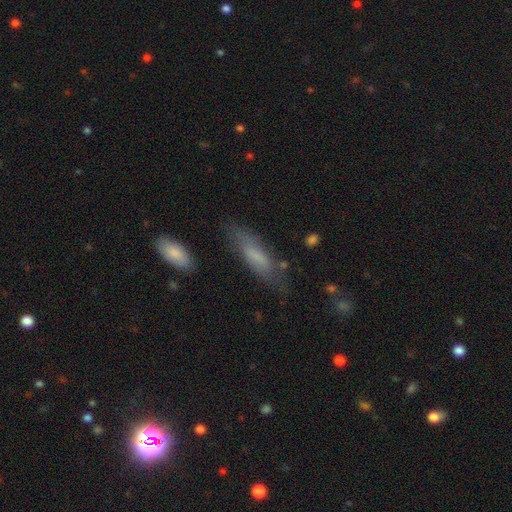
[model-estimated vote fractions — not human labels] Morphology: type=smooth (66%); roundness=cigar-shaped (57%); merging=none (68%).